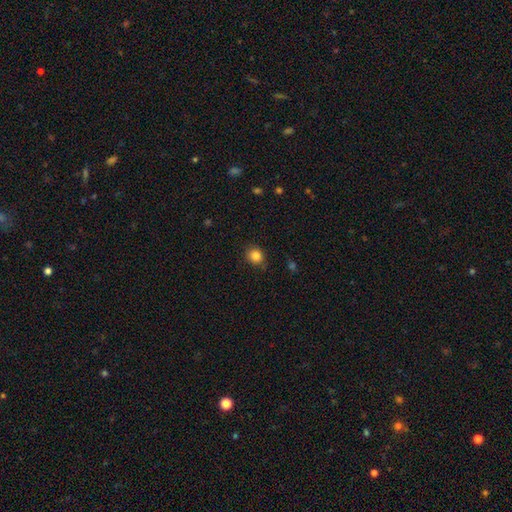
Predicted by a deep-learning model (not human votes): Overall: smooth (84%). How rounded: round (74%). Merging: none (83%).